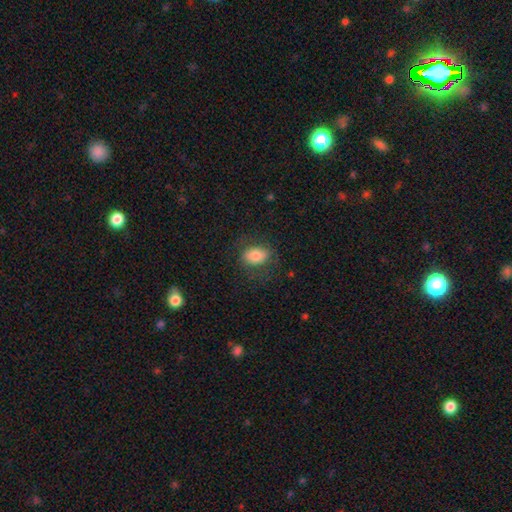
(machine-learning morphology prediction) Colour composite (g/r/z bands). It shows a smooth galaxy with no disk features (79%) that is in between round and cigar-shaped (79%). Merging: none (73%).